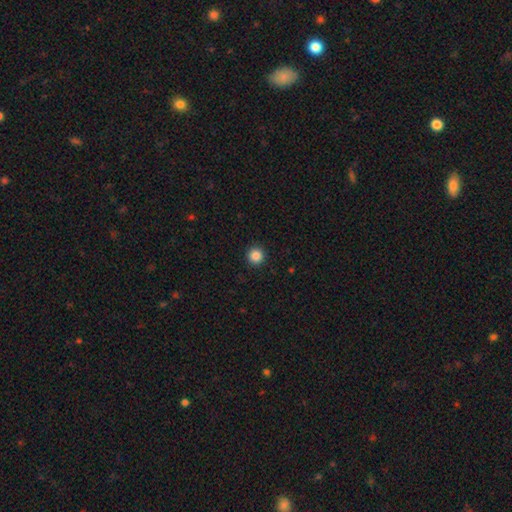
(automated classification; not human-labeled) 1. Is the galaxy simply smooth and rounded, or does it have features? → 86% smooth, 11% star or artifact, 3% featured or disk.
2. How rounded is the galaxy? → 96% round, 3% in between, 1% cigar-shaped.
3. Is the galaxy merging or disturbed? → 93% none, 4% minor disturbance, 2% major disturbance, 1% merger.